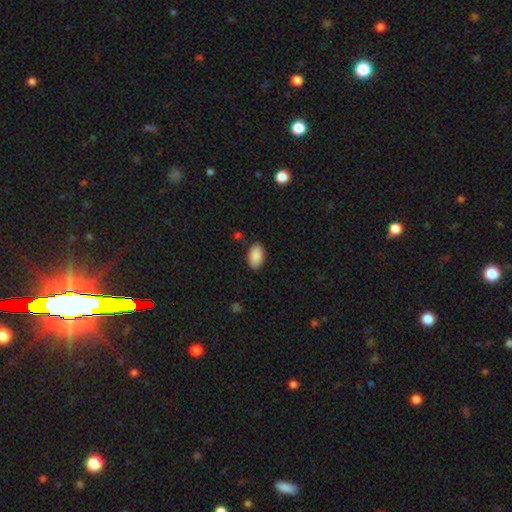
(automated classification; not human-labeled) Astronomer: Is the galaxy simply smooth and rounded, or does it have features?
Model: smooth — 90%.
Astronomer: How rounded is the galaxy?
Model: in between — 93%.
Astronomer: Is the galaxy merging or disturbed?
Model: none — 85%.